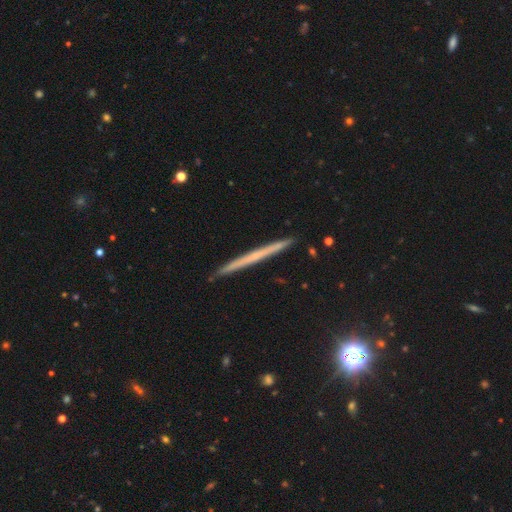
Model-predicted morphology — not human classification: A featured or disk galaxy (53%) viewed edge-on (97%) with no central bulge (89%).

Vote fractions:
- Smooth or featured? featured or disk: 53% / smooth: 39% / star or artifact: 8%
- Edge-on disk? yes: 97% / no: 3%
- Edge-on bulge? none: 89% / rounded: 8% / boxy: 3%
- Merging? none: 91% / minor disturbance: 6% / merger: 1% / major disturbance: 1%